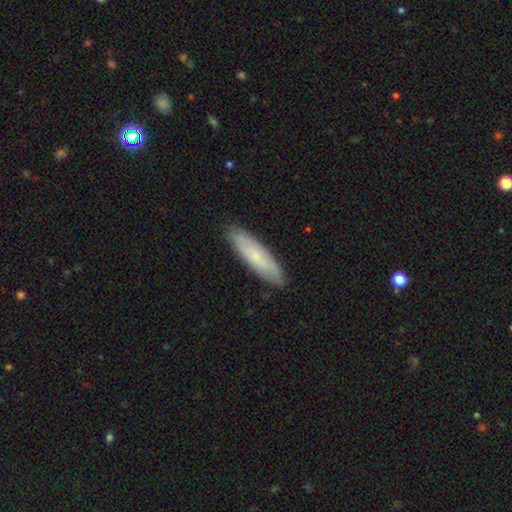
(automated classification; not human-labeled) Smooth or featured? smooth (64%)
How rounded? cigar-shaped (65%)
Merging? none (88%)